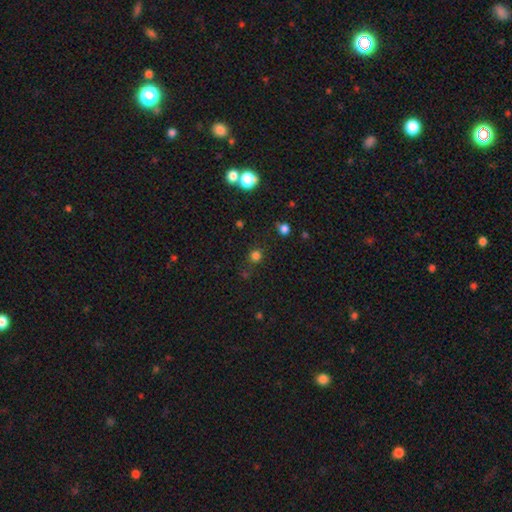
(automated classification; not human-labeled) A smooth galaxy with no disk features (74%) that is round (91%).

Vote fractions:
- Smooth or featured? smooth: 74% / star or artifact: 21% / featured or disk: 4%
- How rounded? round: 91% / in between: 8% / cigar-shaped: 1%
- Merging? none: 83% / minor disturbance: 10% / merger: 4% / major disturbance: 4%